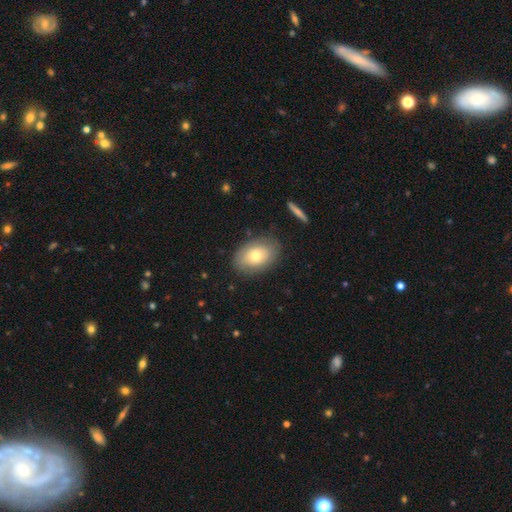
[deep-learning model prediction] Smooth or featured?
  - smooth: 66% *
  - featured or disk: 26%
  - star or artifact: 8%
How rounded?
  - in between: 82% *
  - round: 16%
  - cigar-shaped: 1%
Merging?
  - none: 82% *
  - minor disturbance: 13%
  - major disturbance: 4%
  - merger: 2%